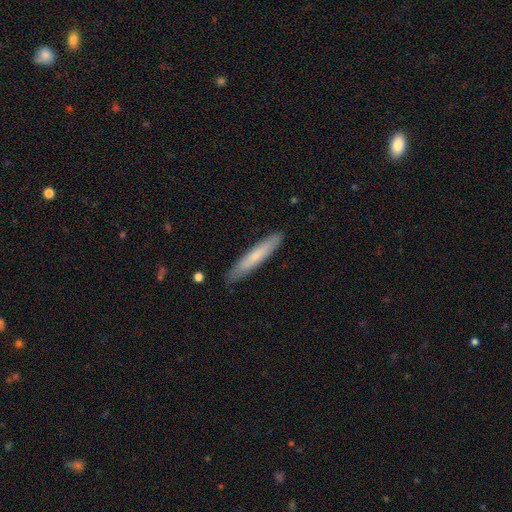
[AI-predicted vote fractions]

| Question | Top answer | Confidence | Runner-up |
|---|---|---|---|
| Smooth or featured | smooth | 67% | featured or disk (27%) |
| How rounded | cigar-shaped | 93% | in between (6%) |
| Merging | none | 88% | minor disturbance (10%) |